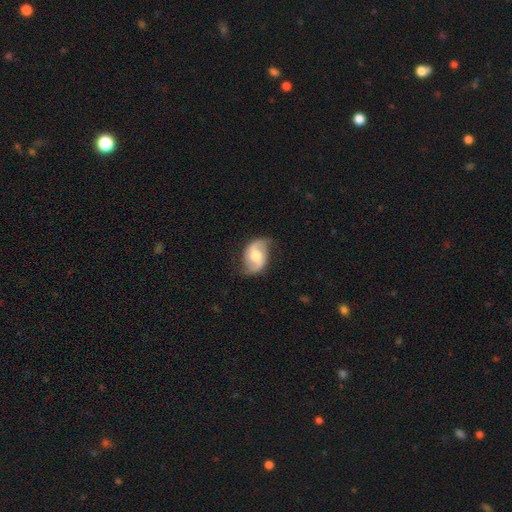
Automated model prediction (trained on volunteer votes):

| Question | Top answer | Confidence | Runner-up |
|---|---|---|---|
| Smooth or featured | featured or disk | 74% | smooth (21%) |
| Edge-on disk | no | 97% | yes (3%) |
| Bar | no | 44% | weak (42%) |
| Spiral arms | yes | 91% | no (9%) |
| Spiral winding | loose | 50% | medium (37%) |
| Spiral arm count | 2 | 91% | can't tell (4%) |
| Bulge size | moderate | 66% | small (17%) |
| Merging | none | 71% | minor disturbance (21%) |